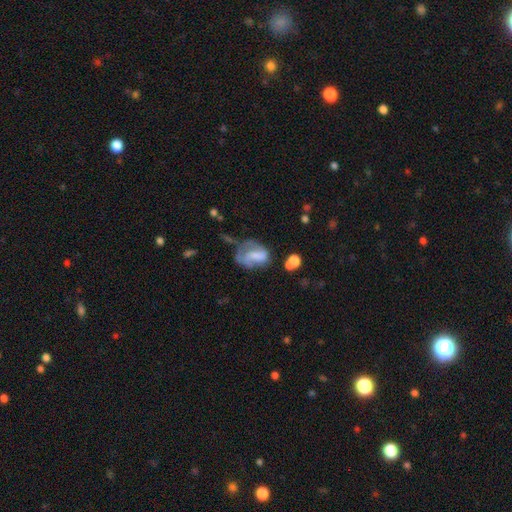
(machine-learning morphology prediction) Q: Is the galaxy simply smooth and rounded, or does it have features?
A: featured or disk — 54%.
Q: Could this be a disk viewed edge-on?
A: no — 97%.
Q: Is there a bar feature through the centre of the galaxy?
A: no — 51%.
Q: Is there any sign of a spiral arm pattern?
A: yes — 66%.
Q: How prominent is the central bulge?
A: none — 41%.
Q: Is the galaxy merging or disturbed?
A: major disturbance — 37%.